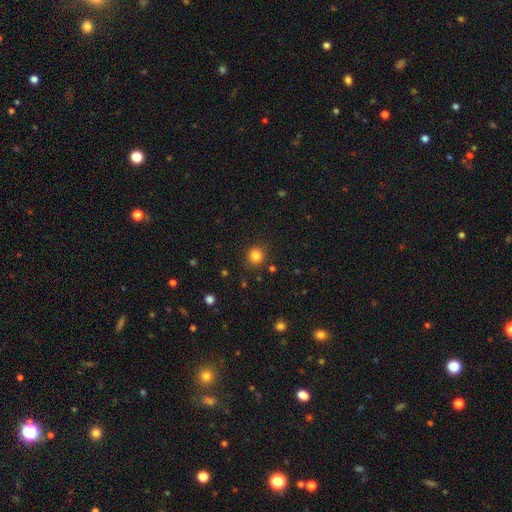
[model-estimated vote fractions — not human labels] Overall: smooth (83%). How rounded: round (90%). Merging: none (87%).